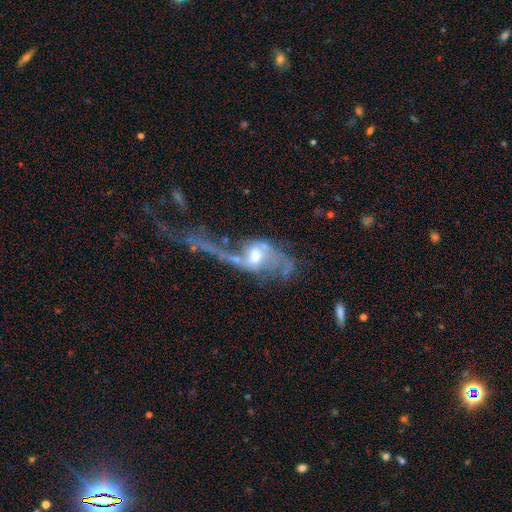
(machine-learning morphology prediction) This appears to be a featured or disk galaxy (77%) with a weak bar (47%), 2 (66%) loose (81%) spiral arms (77%) and a moderate central bulge (62%). Merging: major disturbance (48%).